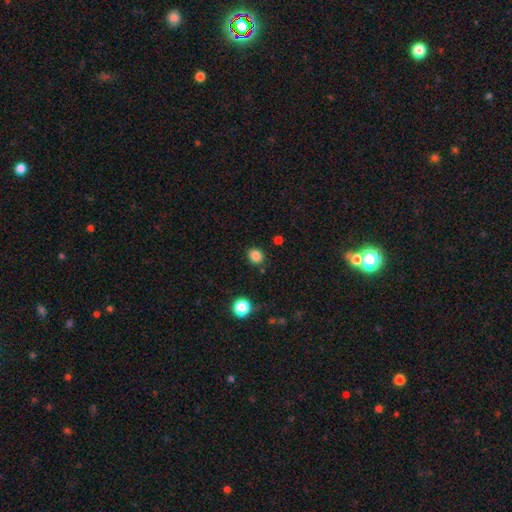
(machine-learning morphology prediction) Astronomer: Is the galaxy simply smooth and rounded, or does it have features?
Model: smooth — 84%.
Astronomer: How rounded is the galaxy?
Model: round — 79%.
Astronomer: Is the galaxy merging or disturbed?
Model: none — 86%.